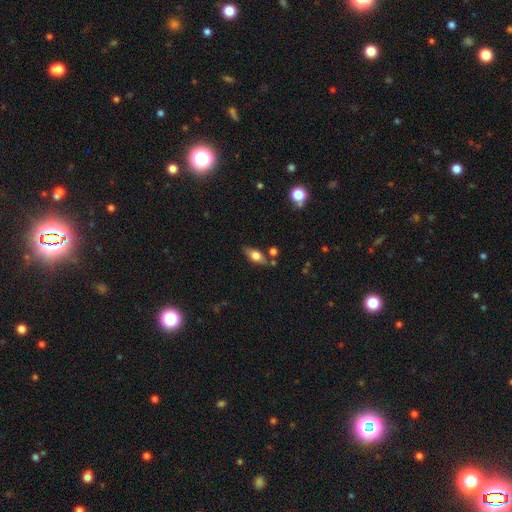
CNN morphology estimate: type=smooth (61%); roundness=in between (77%); merging=none (72%).